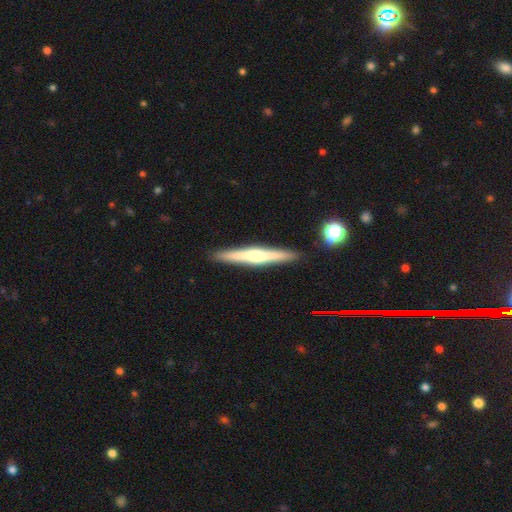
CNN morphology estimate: This appears to be a featured or disk galaxy (60%) viewed edge-on (97%) with a rounded central bulge (80%). Merging: none (91%).